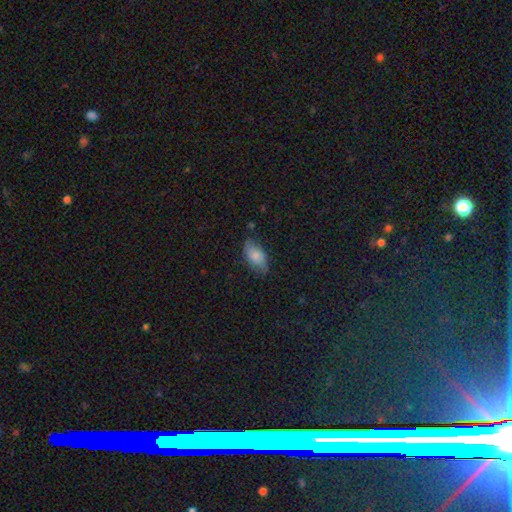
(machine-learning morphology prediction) A smooth galaxy with no disk features (77%) that is in between round and cigar-shaped (92%). Merging: none (68%).